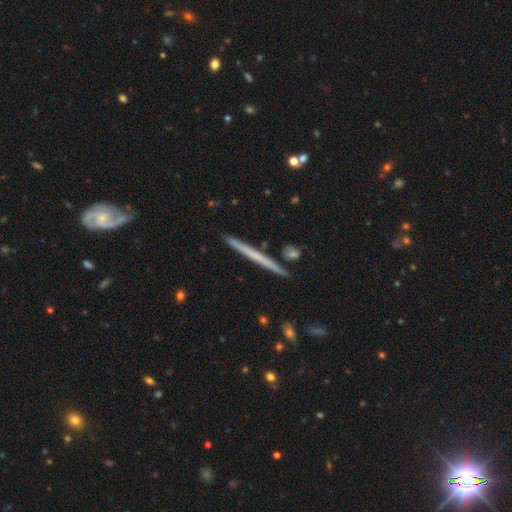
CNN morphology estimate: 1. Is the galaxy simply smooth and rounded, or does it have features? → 52% featured or disk, 42% smooth, 6% star or artifact.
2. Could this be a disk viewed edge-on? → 97% yes, 3% no.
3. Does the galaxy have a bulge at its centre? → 88% none, 9% rounded, 3% boxy.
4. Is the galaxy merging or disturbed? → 90% none, 6% minor disturbance, 2% merger, 1% major disturbance.